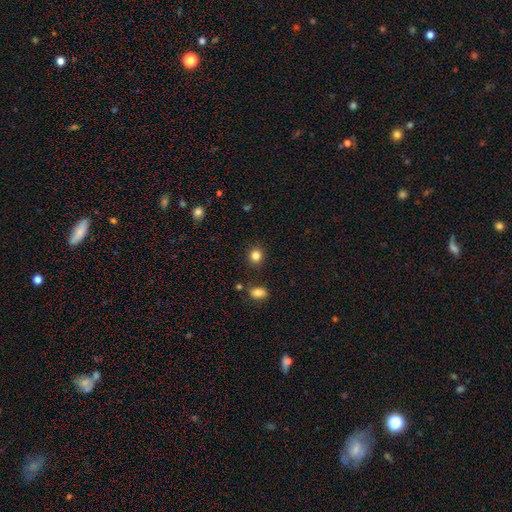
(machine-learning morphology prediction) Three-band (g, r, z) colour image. It shows a smooth galaxy with no disk features (84%) that is round (81%). Merging: none (88%).